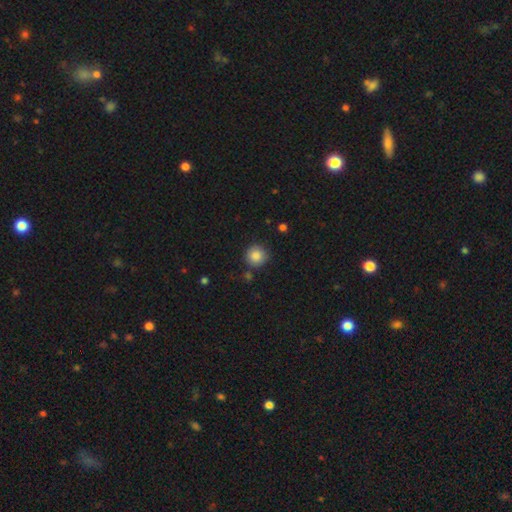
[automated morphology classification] Smooth or featured? Predicted: smooth (p=0.86). How rounded? Predicted: round (p=0.93). Merging? Predicted: none (p=0.84).